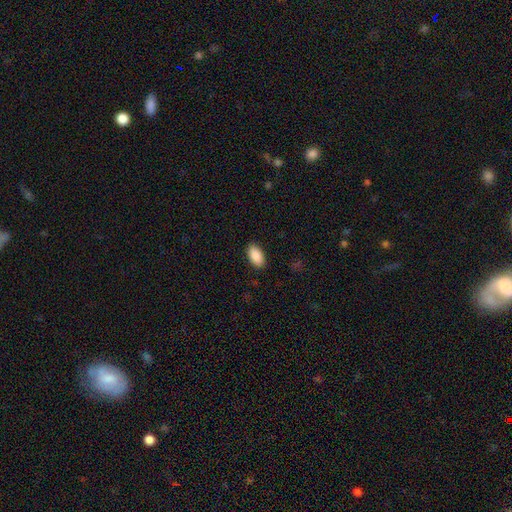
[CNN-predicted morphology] The model was most divided on "merging": none: 89%, minor disturbance: 8%, major disturbance: 2%, merger: 1%. More confident: how rounded — in between (95%); smooth or featured — smooth (90%).